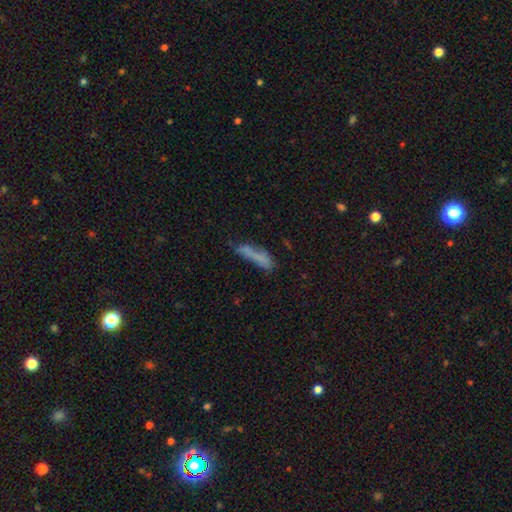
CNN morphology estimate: Smooth or featured?
  - smooth: 66% *
  - featured or disk: 22%
  - star or artifact: 13%
How rounded?
  - cigar-shaped: 78% *
  - in between: 20%
  - round: 2%
Merging?
  - none: 51% *
  - minor disturbance: 23%
  - major disturbance: 14%
  - merger: 13%